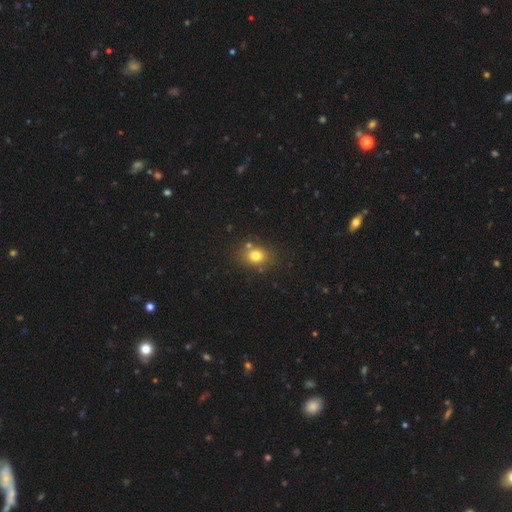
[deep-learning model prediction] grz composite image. It shows a smooth galaxy with no disk features (77%) that is round (52%). Merging: none (75%).